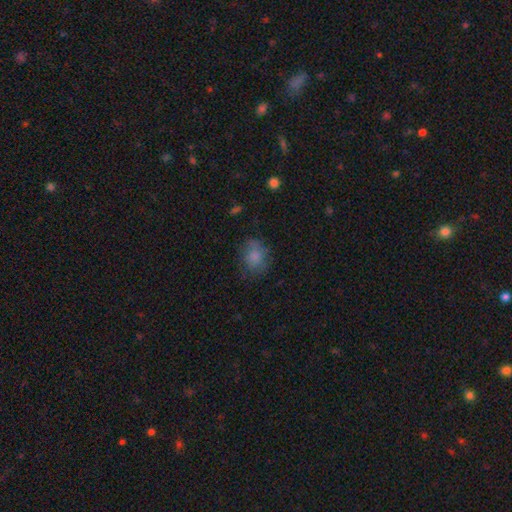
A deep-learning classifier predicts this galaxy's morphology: Smooth or featured? Predicted: smooth (p=0.80). How rounded? Predicted: round (p=0.63). Merging? Predicted: none (p=0.69).